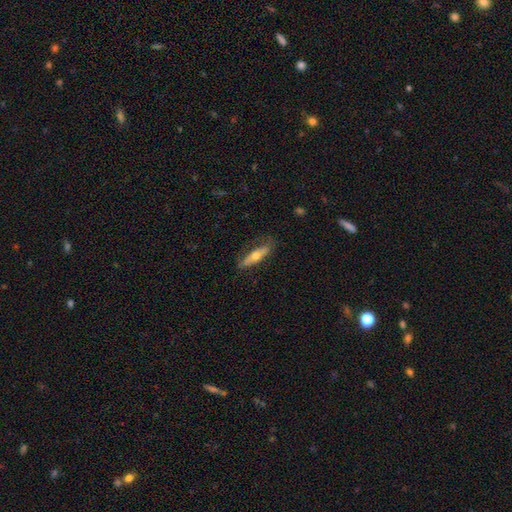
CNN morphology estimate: Q: Smooth or featured?
A: featured or disk (48%); runner-up: smooth (45%)
Q: Merging?
A: none (76%); runner-up: minor disturbance (17%)